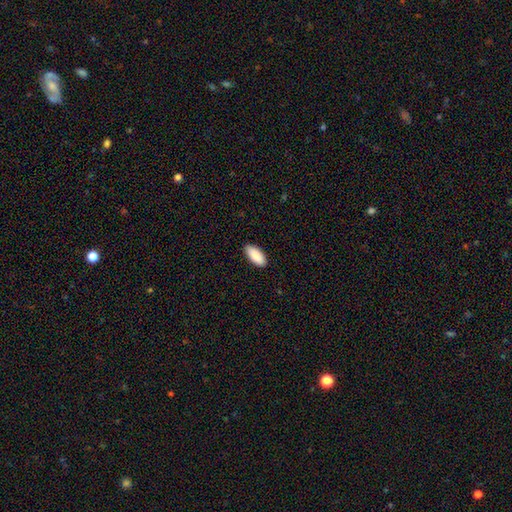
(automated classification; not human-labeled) smooth 90%, star or artifact 6%, featured or disk 4%. Down the decision tree: how rounded — in between (89%); merging — none (90%).